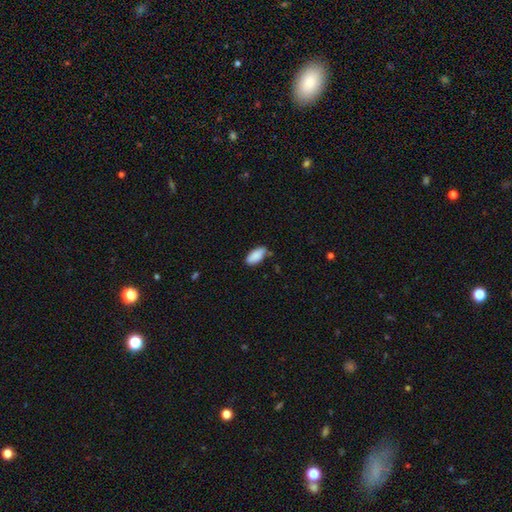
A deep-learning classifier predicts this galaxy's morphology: smooth_or_featured: smooth (p=0.89) [alt: star or artifact p=0.06]
how_rounded: in between (p=0.88) [alt: cigar-shaped p=0.11]
merging: none (p=0.77) [alt: minor disturbance p=0.18]